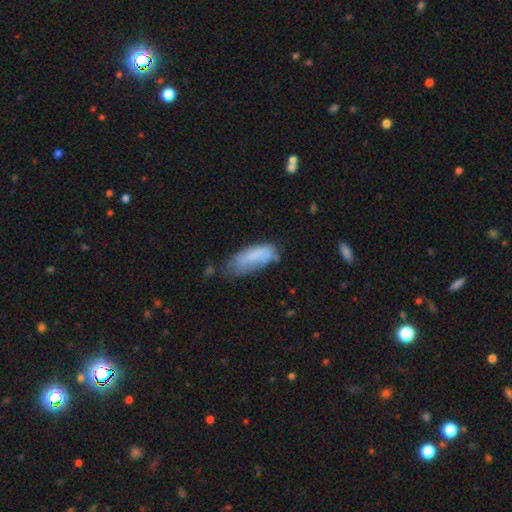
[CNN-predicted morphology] type=smooth (74%); roundness=in between (70%); merging=none (41%).